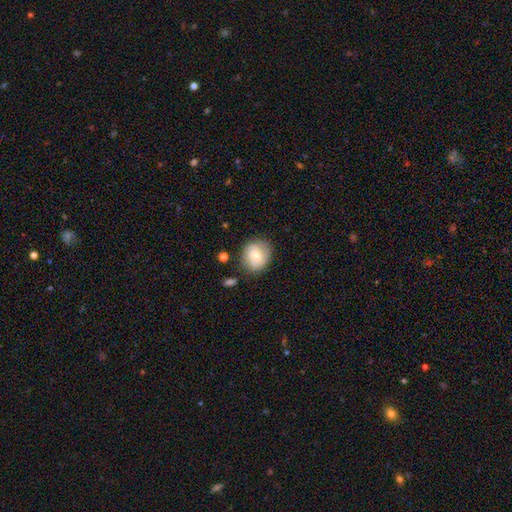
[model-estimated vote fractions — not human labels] Overall: smooth (65%; featured or disk 27%). How rounded: round (71%). Merging: none (76%).